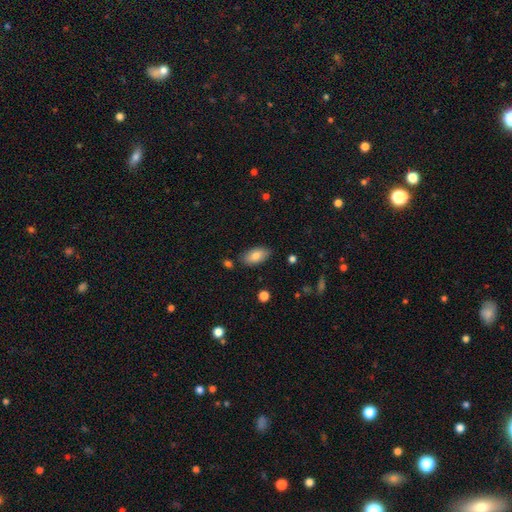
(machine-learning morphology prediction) The model was most divided on "smooth or featured": smooth: 79%, featured or disk: 13%, star or artifact: 7%. More confident: how rounded — in between (93%); merging — none (83%).